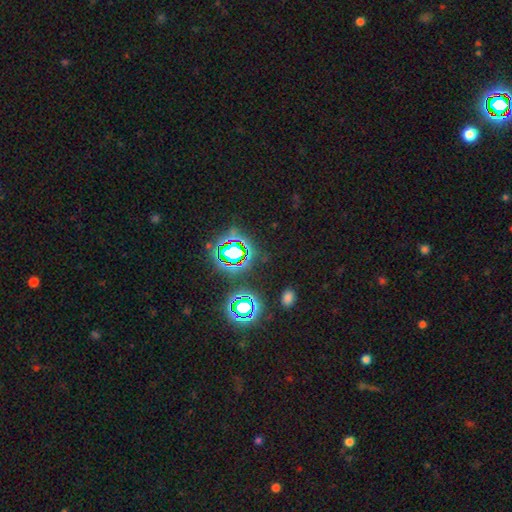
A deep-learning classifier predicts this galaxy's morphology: This appears to be a star or artifact, not a galaxy (79%).